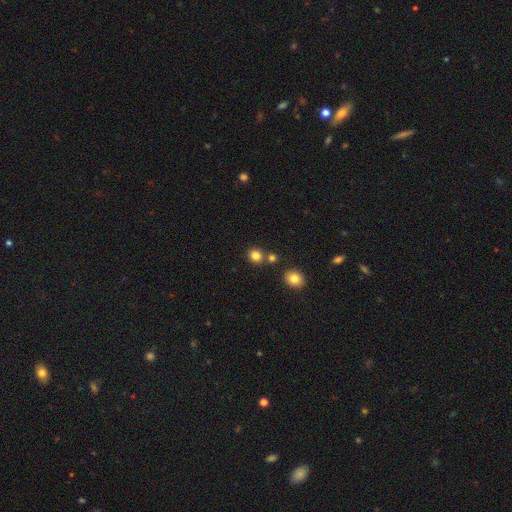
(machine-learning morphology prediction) The model was most divided on "merging": none: 74%, merger: 16%, minor disturbance: 8%, major disturbance: 3%. More confident: how rounded — round (85%); smooth or featured — smooth (83%).